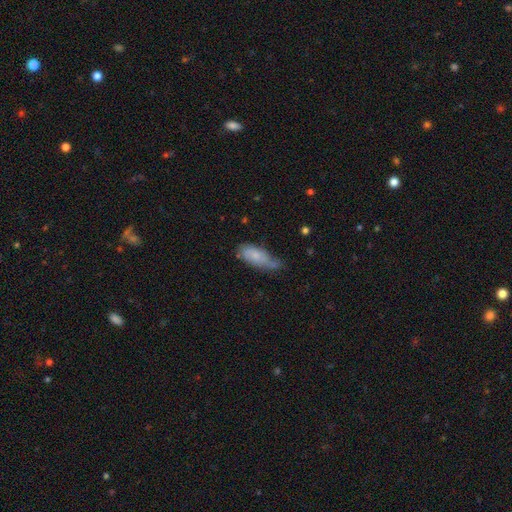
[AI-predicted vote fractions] Smooth or featured? Predicted: smooth (p=0.58). How rounded? Predicted: in between (p=0.75). Merging? Predicted: none (p=0.39, tied with minor disturbance).